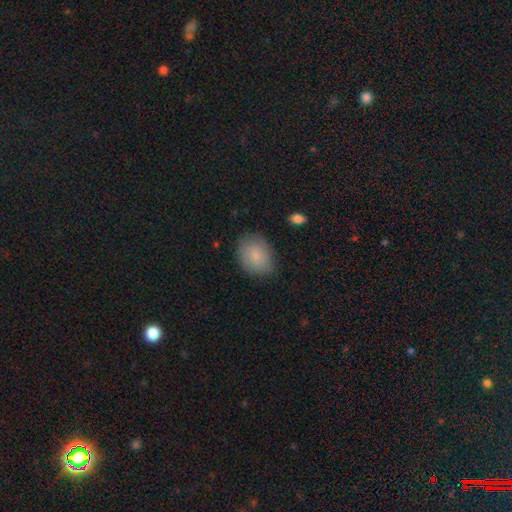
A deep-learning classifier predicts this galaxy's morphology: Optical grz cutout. It shows a smooth galaxy with no disk features (80%) that is in between round and cigar-shaped (63%). Merging: none (77%).